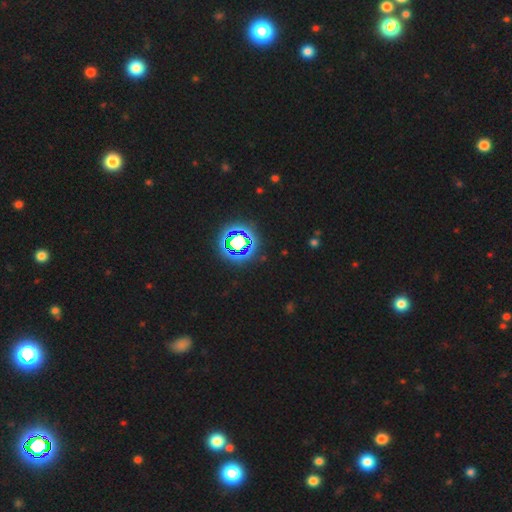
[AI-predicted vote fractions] Smooth or featured?
  - star or artifact: 80% *
  - smooth: 13%
  - featured or disk: 7%